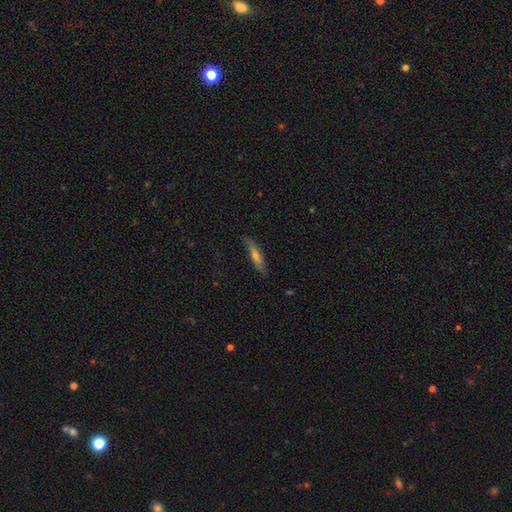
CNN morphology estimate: Smooth or featured: smooth — 54% (featured or disk — 38%)
How rounded: cigar-shaped — 88% (in between — 10%)
Merging: none — 83% (minor disturbance — 13%)